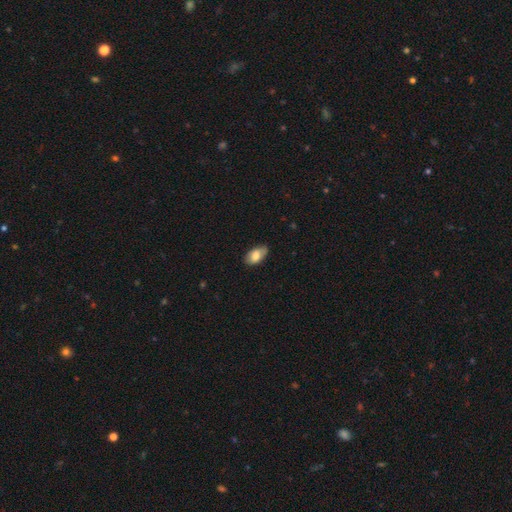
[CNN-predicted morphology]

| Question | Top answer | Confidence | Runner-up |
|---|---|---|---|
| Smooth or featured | smooth | 78% | featured or disk (15%) |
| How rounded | in between | 93% | round (4%) |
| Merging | none | 70% | minor disturbance (25%) |